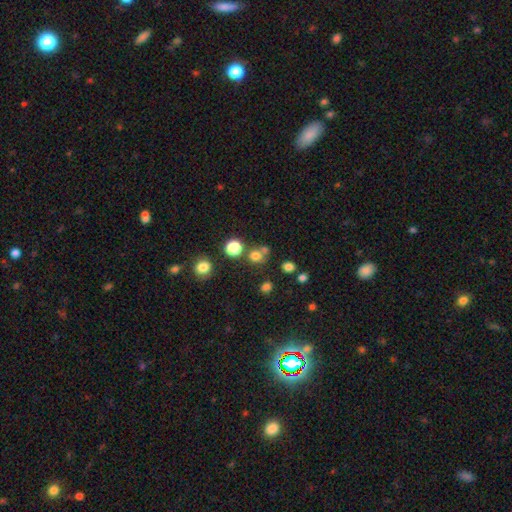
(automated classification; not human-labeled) Q: Smooth or featured?
A: smooth (73%); runner-up: star or artifact (20%)
Q: How rounded?
A: round (88%); runner-up: in between (11%)
Q: Merging?
A: none (64%); runner-up: merger (24%)